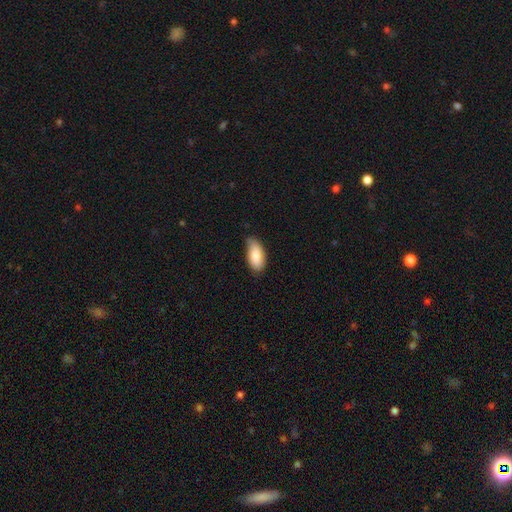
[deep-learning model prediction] Smooth or featured? smooth (83%)
How rounded? in between (92%)
Merging? none (64%)